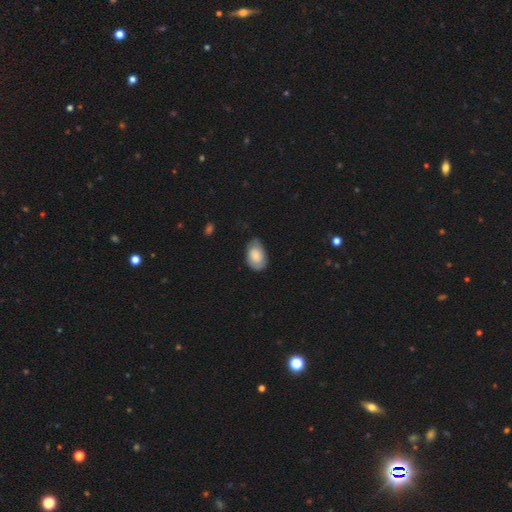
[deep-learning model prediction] Morphology: type=smooth (69%); roundness=in between (87%); merging=none (57%).